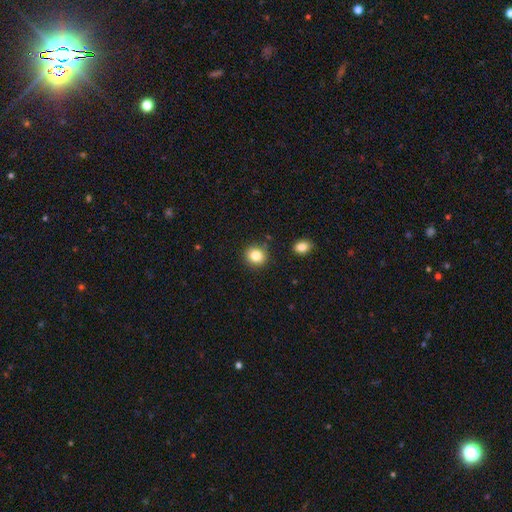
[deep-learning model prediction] A smooth galaxy with no disk features (83%) that is round (85%).

Vote fractions:
- Smooth or featured? smooth: 83% / star or artifact: 10% / featured or disk: 7%
- How rounded? round: 85% / in between: 14% / cigar-shaped: 1%
- Merging? none: 86% / minor disturbance: 8% / merger: 3% / major disturbance: 2%